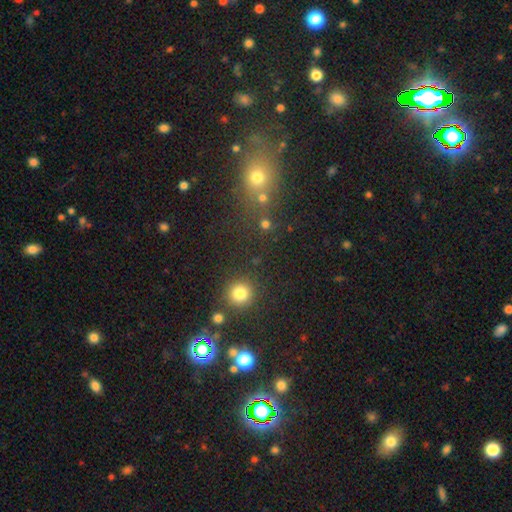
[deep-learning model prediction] Q: Smooth or featured?
A: star or artifact (50%); runner-up: smooth (40%)